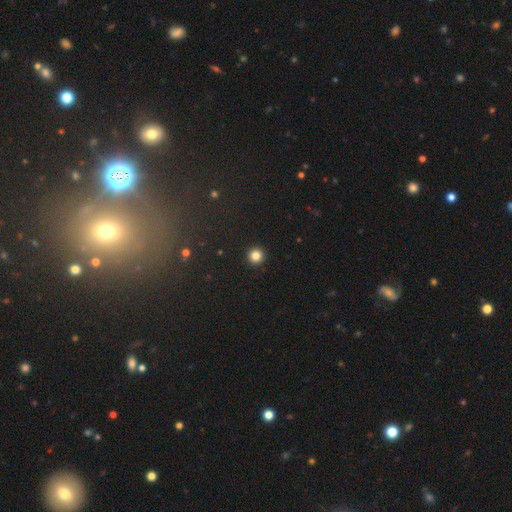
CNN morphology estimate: Q: Smooth or featured?
A: smooth (84%); runner-up: star or artifact (11%)
Q: How rounded?
A: round (96%); runner-up: in between (3%)
Q: Merging?
A: none (94%); runner-up: minor disturbance (4%)